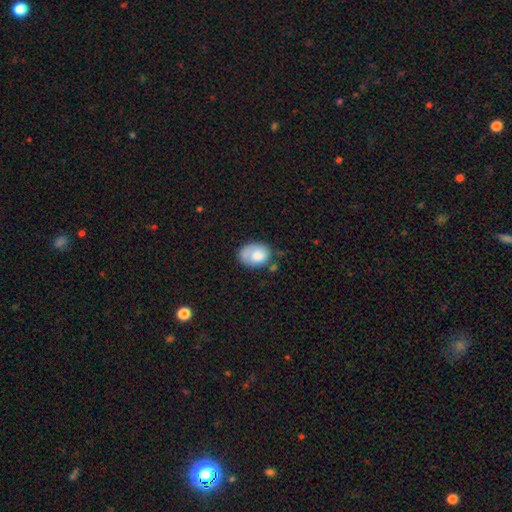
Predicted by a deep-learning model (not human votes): Overall: smooth (77%). How rounded: in between (72%). Merging: none (52%; minor disturbance 29%).